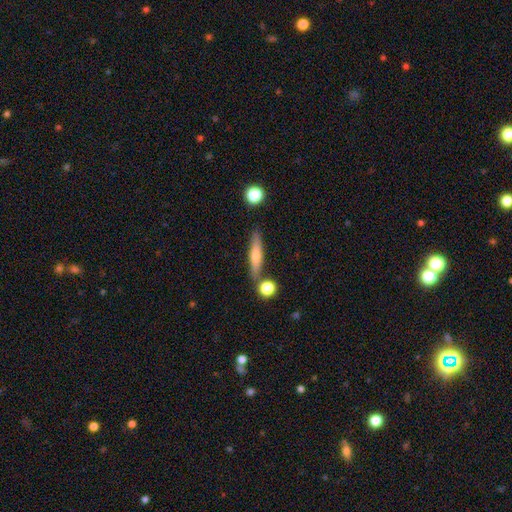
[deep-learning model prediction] A smooth galaxy with no disk features (55%) that is cigar-shaped (85%).

Vote fractions:
- Smooth or featured? smooth: 55% / featured or disk: 37% / star or artifact: 7%
- How rounded? cigar-shaped: 85% / in between: 12% / round: 3%
- Merging? none: 79% / minor disturbance: 11% / merger: 7% / major disturbance: 3%